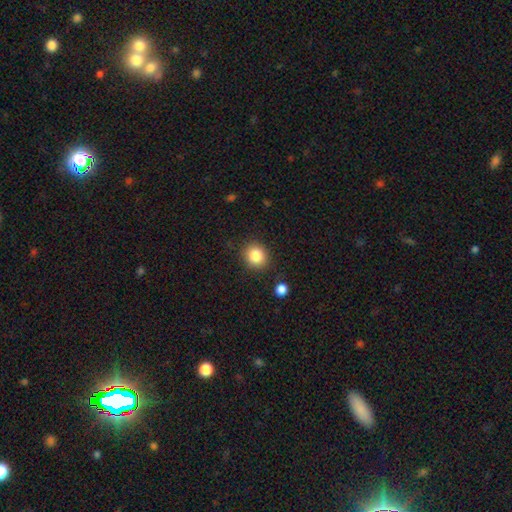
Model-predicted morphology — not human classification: A smooth galaxy with no disk features (84%) that is round (80%). Merging: none (86%).